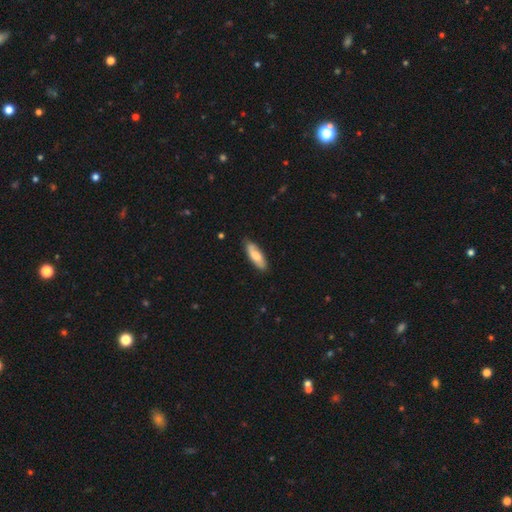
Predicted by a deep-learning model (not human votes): Q: Smooth or featured?
A: smooth (69%); runner-up: featured or disk (26%)
Q: How rounded?
A: in between (56%); runner-up: cigar-shaped (42%)
Q: Merging?
A: none (84%); runner-up: minor disturbance (13%)